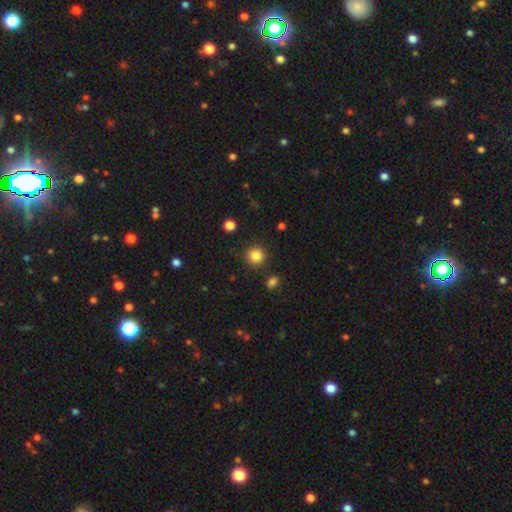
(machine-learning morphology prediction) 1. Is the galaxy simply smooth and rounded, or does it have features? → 84% smooth, 11% star or artifact, 5% featured or disk.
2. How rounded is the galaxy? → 92% round, 7% in between, 1% cigar-shaped.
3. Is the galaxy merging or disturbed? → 87% none, 7% minor disturbance, 3% merger, 2% major disturbance.